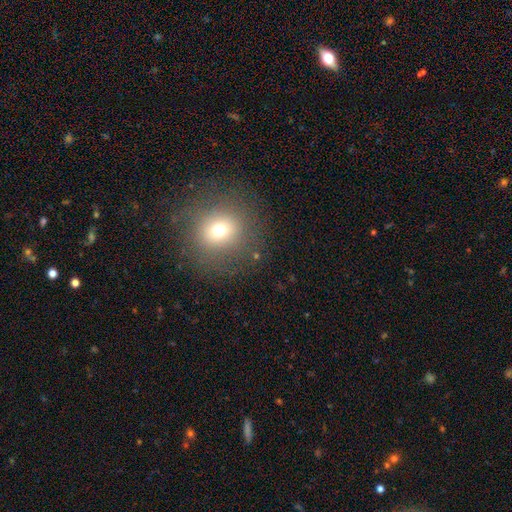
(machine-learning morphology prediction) This is likely a smooth galaxy (66%). How rounded: clearly round (89%). Merging: clearly none (83%).